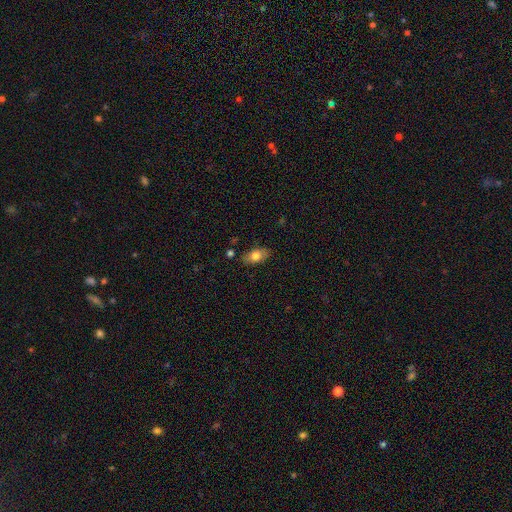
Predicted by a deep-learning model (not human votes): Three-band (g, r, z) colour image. It shows a smooth galaxy with no disk features (76%) that is in between round and cigar-shaped (89%). Merging: none (83%).